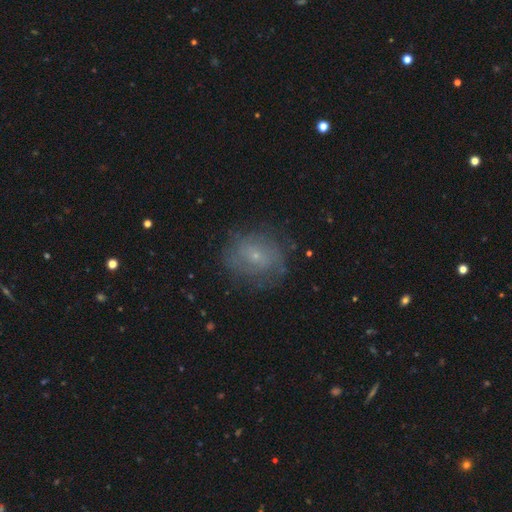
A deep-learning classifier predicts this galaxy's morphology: The model was most divided on "smooth or featured": featured or disk: 47%, smooth: 39%, star or artifact: 14%. More confident: merging — none (72%).